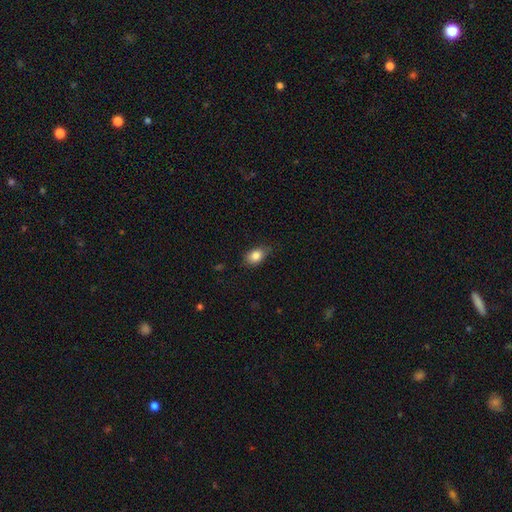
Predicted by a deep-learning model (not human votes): Overall: smooth (85%). How rounded: in between (79%). Merging: none (74%).